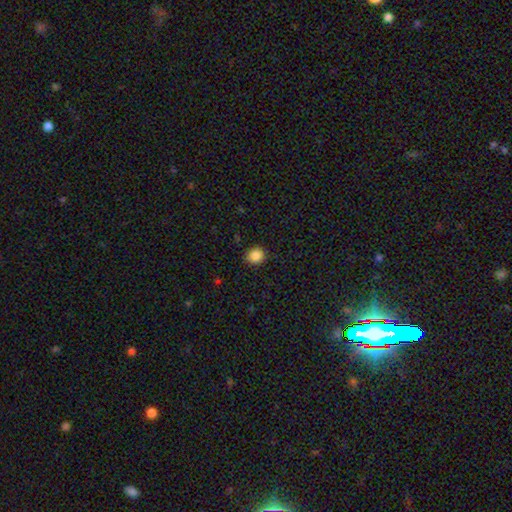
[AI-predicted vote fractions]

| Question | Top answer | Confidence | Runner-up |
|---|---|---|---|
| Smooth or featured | smooth | 86% | star or artifact (10%) |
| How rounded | round | 80% | in between (19%) |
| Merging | none | 89% | minor disturbance (8%) |